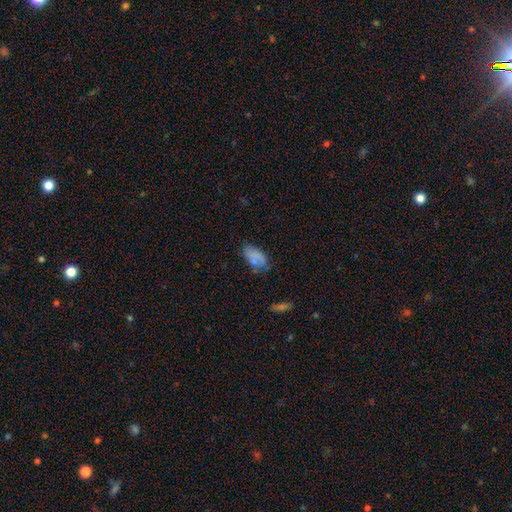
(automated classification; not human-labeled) smooth 72%, featured or disk 18%, star or artifact 10%. Down the decision tree: how rounded — in between (93%); merging — none (58%).